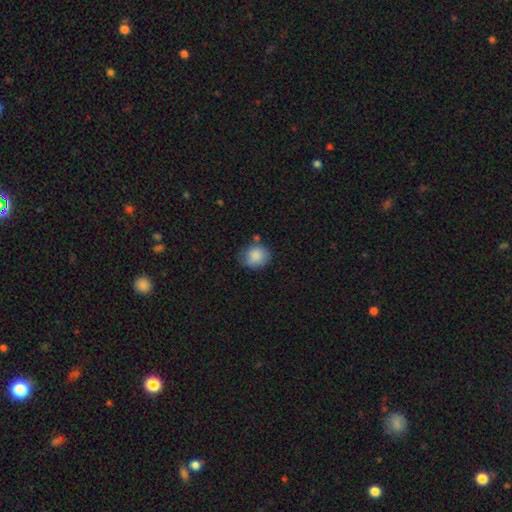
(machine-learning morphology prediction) Q: Smooth or featured?
A: smooth (86%); runner-up: star or artifact (8%)
Q: How rounded?
A: round (79%); runner-up: in between (20%)
Q: Merging?
A: none (65%); runner-up: minor disturbance (24%)